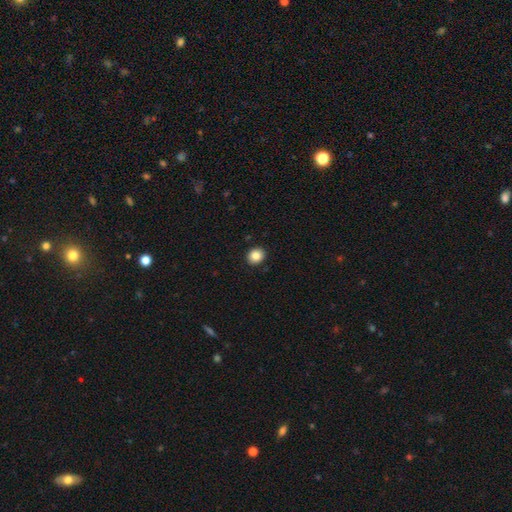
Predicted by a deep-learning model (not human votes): The model was most divided on "how rounded": round: 69%, in between: 30%, cigar-shaped: 1%. More confident: merging — none (91%); smooth or featured — smooth (86%).